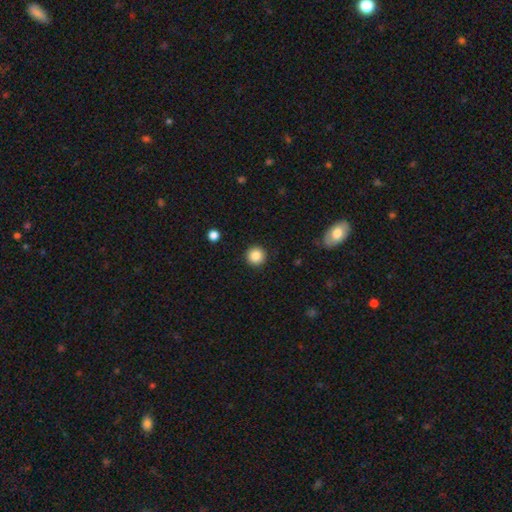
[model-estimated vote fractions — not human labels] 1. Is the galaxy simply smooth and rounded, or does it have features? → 86% smooth, 10% star or artifact, 4% featured or disk.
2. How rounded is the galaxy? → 96% round, 3% in between, 1% cigar-shaped.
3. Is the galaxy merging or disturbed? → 93% none, 5% minor disturbance, 2% major disturbance, 1% merger.